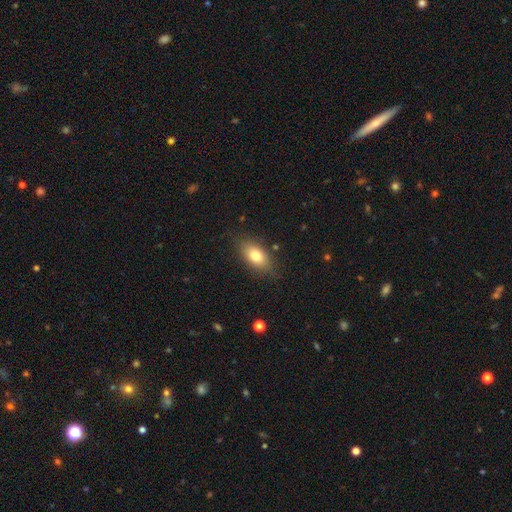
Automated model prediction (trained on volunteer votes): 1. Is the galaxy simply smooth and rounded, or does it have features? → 78% smooth, 14% featured or disk, 8% star or artifact.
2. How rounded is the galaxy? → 87% in between, 8% round, 5% cigar-shaped.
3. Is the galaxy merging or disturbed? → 80% none, 14% minor disturbance, 4% major disturbance, 2% merger.